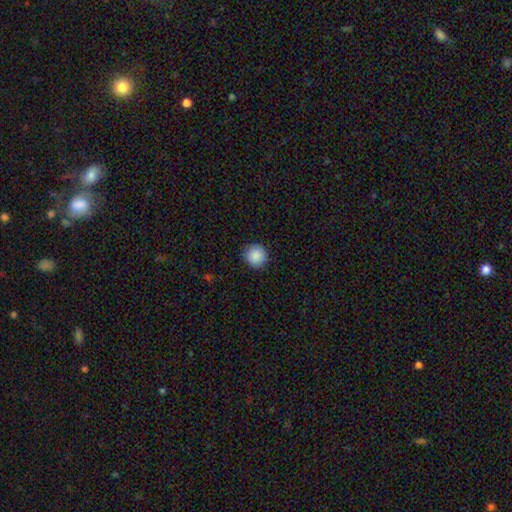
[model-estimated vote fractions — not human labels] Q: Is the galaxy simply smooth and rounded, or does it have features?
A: smooth — 89%.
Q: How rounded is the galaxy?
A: round — 93%.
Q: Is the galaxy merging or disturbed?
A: none — 90%.